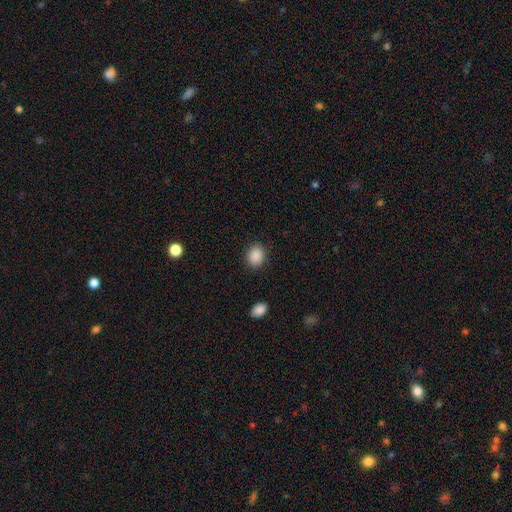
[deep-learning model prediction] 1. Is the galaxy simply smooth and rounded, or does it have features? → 89% smooth, 9% star or artifact, 3% featured or disk.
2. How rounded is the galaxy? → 66% round, 33% in between, 1% cigar-shaped.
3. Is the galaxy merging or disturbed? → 88% none, 7% minor disturbance, 3% major disturbance, 1% merger.